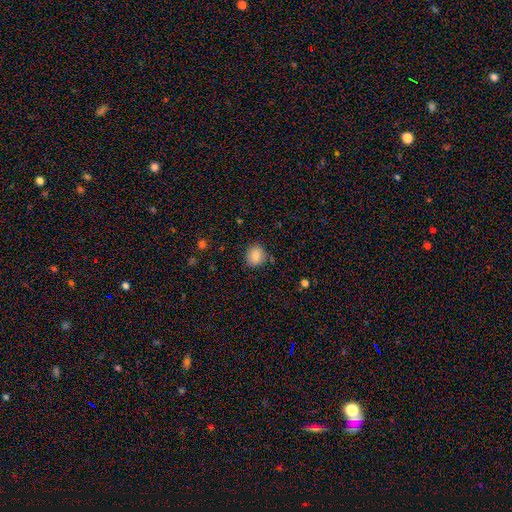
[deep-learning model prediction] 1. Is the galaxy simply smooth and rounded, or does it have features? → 84% smooth, 9% star or artifact, 7% featured or disk.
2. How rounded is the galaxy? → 72% round, 27% in between, 1% cigar-shaped.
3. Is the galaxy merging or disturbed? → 83% none, 12% minor disturbance, 3% major disturbance, 2% merger.